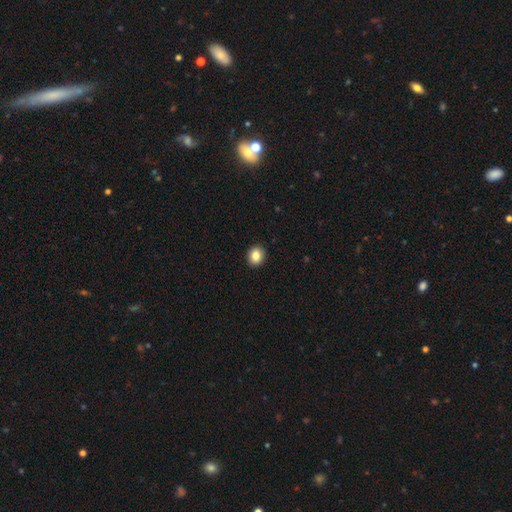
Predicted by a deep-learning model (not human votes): Smooth or featured? smooth (85%)
How rounded? round (69%)
Merging? none (93%)